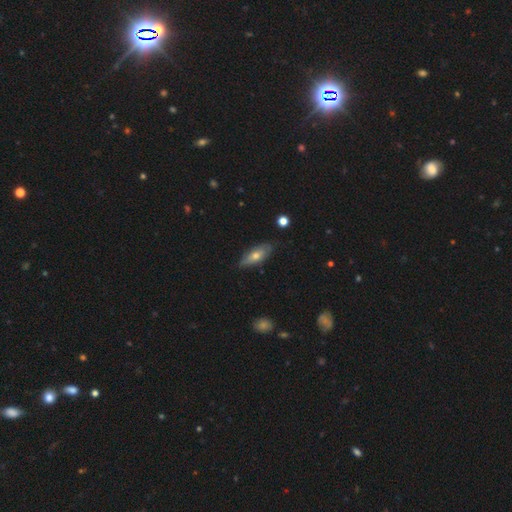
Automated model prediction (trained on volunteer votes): This is possibly a smooth galaxy (54%). How rounded: likely in between (64%). Merging: likely none (79%).